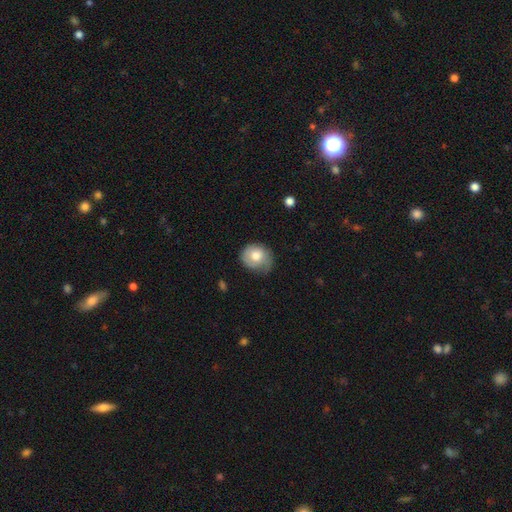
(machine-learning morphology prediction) A smooth galaxy with no disk features (68%) that is round (71%).

Vote fractions:
- Smooth or featured? smooth: 68% / featured or disk: 24% / star or artifact: 7%
- How rounded? round: 71% / in between: 28% / cigar-shaped: 1%
- Merging? none: 58% / minor disturbance: 31% / major disturbance: 9% / merger: 1%